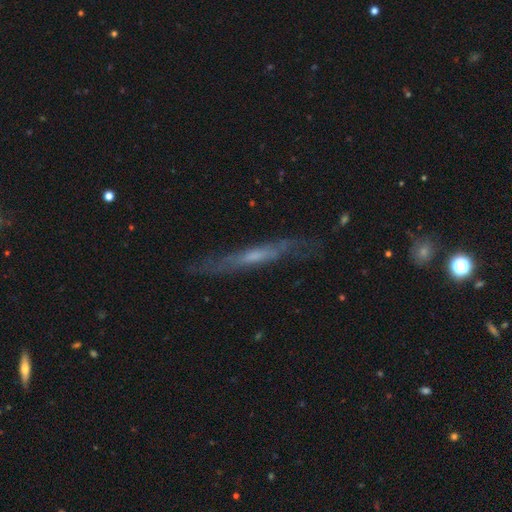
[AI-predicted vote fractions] Morphology: type=featured or disk (67%); edge-on=yes (79%); edge-on bulge=none (53%); merging=none (76%).